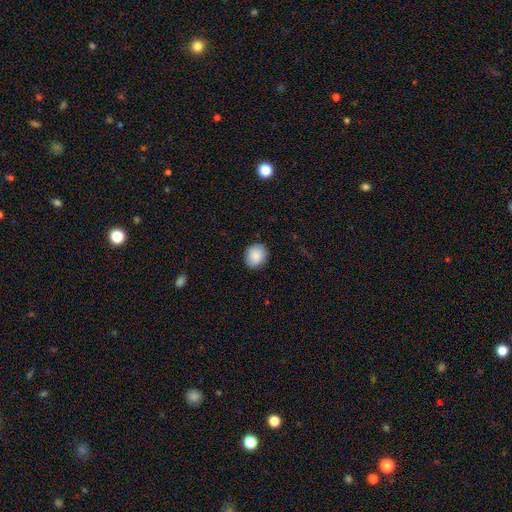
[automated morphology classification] smooth 89%, star or artifact 7%, featured or disk 4%. Down the decision tree: how rounded — round (66%); merging — none (87%).